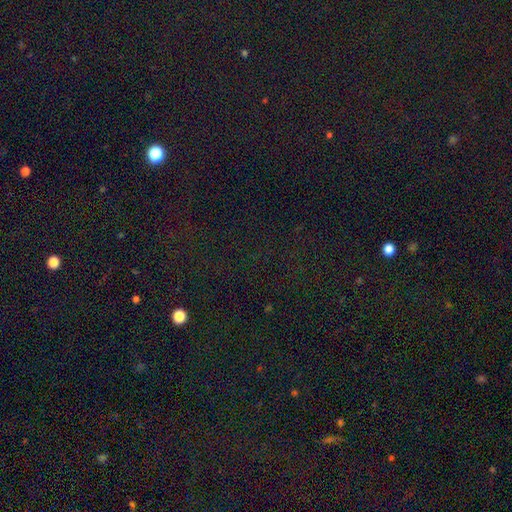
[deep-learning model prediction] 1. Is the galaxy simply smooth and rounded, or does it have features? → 82% star or artifact, 11% smooth, 7% featured or disk.